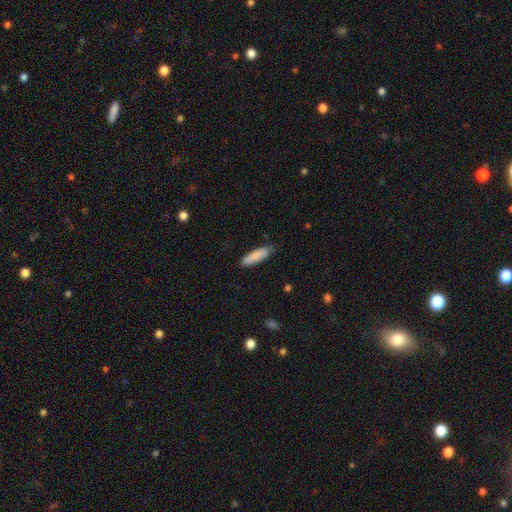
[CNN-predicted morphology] smooth 86%, featured or disk 8%, star or artifact 6%. Down the decision tree: how rounded — cigar-shaped (61%); merging — none (80%).